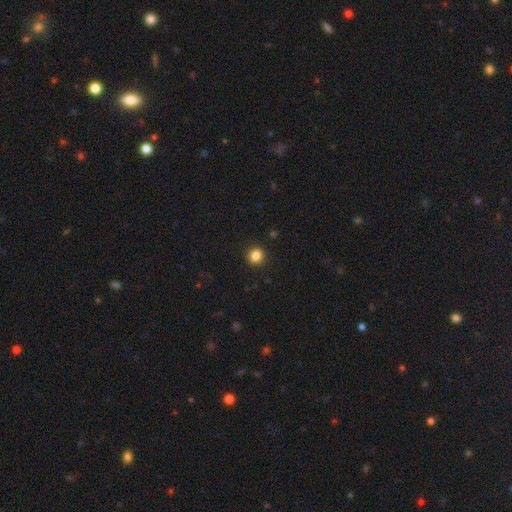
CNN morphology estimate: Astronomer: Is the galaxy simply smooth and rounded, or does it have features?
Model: smooth — 85%.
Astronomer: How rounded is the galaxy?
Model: round — 89%.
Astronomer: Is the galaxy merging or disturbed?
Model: none — 92%.